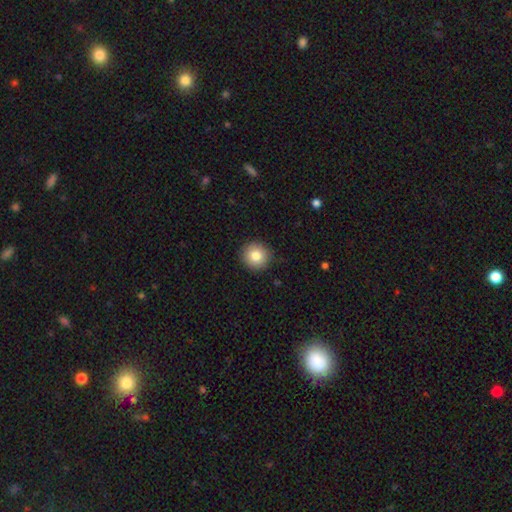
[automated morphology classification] Smooth or featured? smooth (82%)
How rounded? round (94%)
Merging? none (91%)